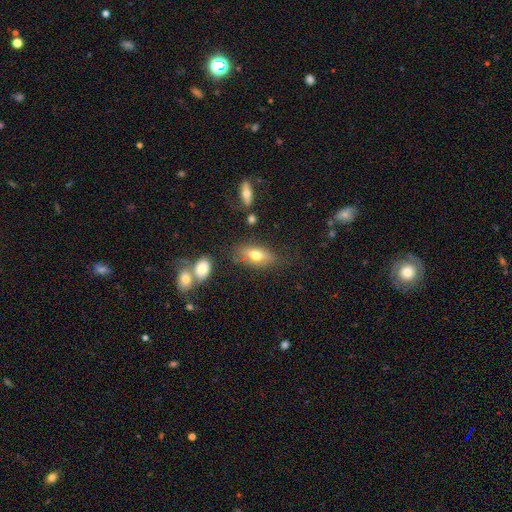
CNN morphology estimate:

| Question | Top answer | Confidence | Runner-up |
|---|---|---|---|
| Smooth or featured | smooth | 64% | featured or disk (27%) |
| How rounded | in between | 81% | cigar-shaped (13%) |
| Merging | none | 63% | minor disturbance (22%) |